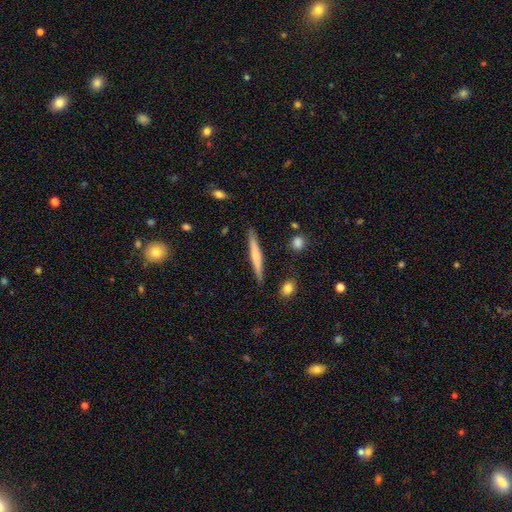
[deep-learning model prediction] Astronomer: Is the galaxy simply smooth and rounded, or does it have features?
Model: smooth — 54% (runner-up: featured or disk, 40%).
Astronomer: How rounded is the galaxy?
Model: cigar-shaped — 95%.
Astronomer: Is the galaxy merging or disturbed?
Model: none — 88%.